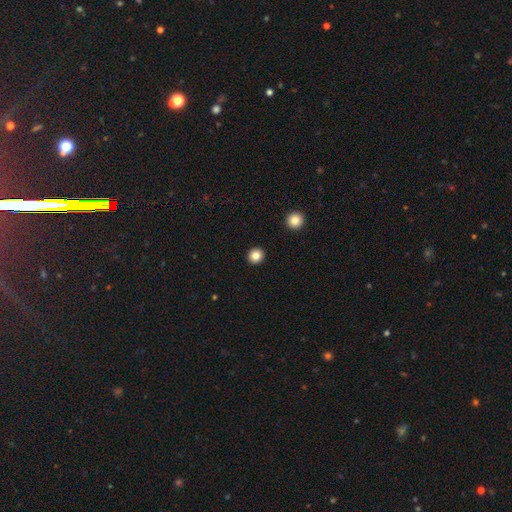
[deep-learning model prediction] smooth 84%, star or artifact 11%, featured or disk 5%. Down the decision tree: how rounded — round (90%); merging — none (93%).